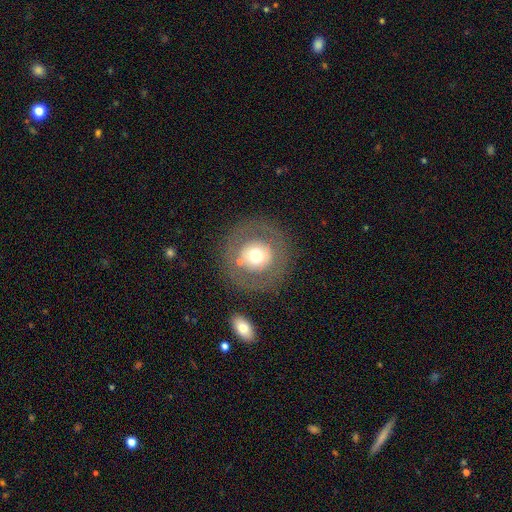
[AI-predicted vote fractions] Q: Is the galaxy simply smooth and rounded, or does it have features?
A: smooth — 53%.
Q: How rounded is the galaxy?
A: round — 95%.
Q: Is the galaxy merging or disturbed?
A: none — 82%.